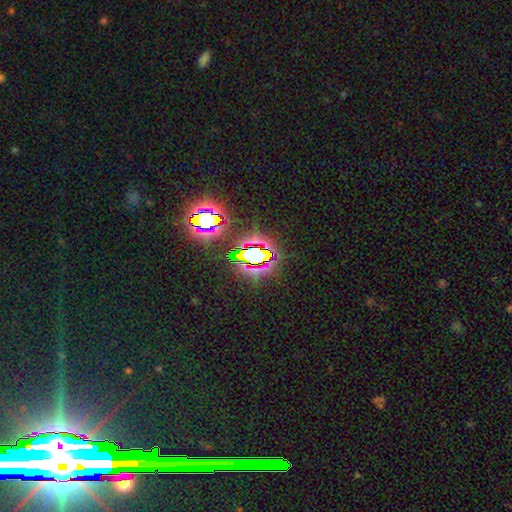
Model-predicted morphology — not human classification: smooth-or-featured: star or artifact: 74% | smooth: 16% | featured or disk: 10%